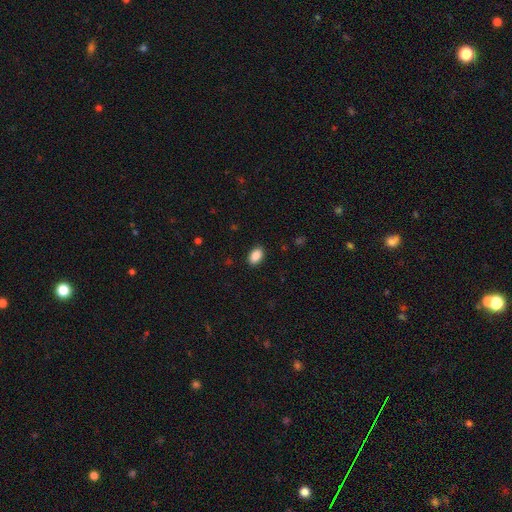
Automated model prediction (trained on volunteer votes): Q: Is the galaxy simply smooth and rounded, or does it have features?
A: smooth — 89%.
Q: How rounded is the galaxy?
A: in between — 90%.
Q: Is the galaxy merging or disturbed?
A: none — 89%.